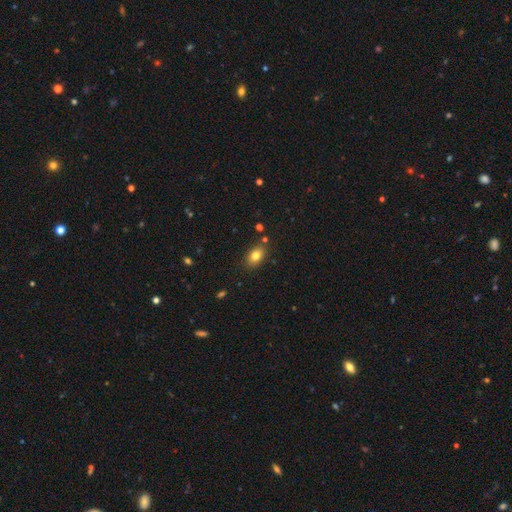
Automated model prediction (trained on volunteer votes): Smooth or featured? smooth (81%)
How rounded? in between (81%)
Merging? none (84%)